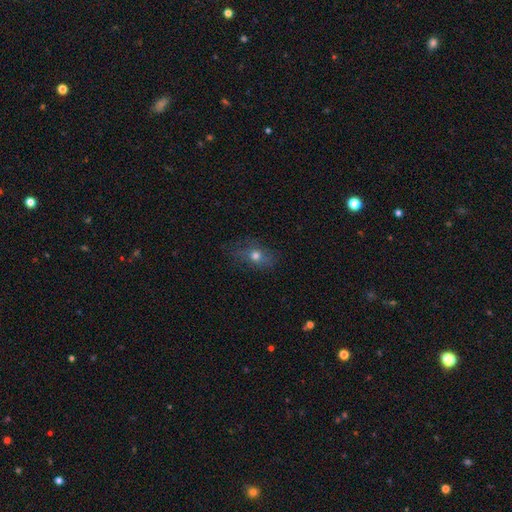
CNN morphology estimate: Smooth or featured? smooth (64%)
How rounded? in between (63%)
Merging? none (68%)